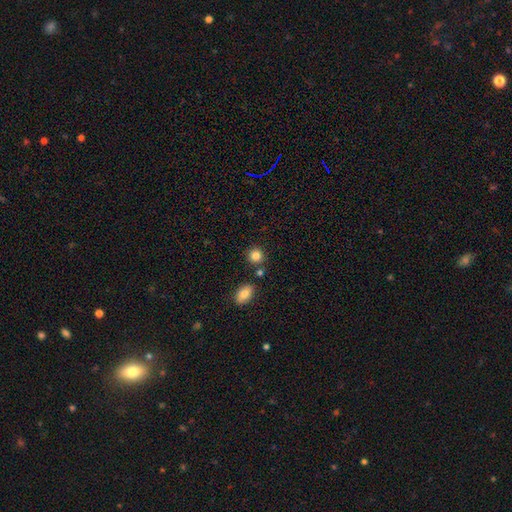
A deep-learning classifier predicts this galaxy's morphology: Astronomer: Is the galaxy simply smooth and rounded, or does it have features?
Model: smooth — 85%.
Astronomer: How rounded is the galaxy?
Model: round — 86%.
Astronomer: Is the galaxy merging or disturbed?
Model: none — 80%.